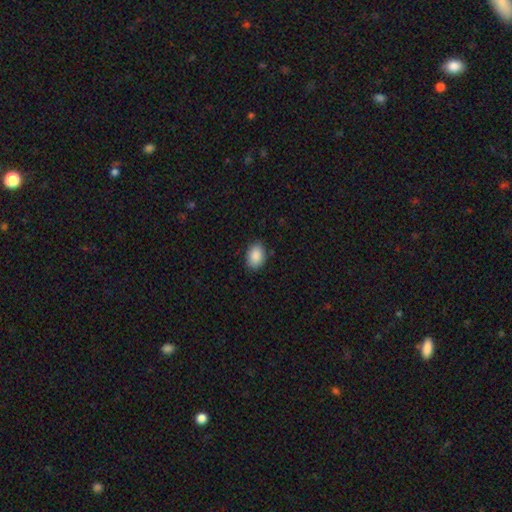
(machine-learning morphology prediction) Smooth or featured?
  - smooth: 89% *
  - star or artifact: 7%
  - featured or disk: 3%
How rounded?
  - in between: 81% *
  - round: 18%
  - cigar-shaped: 1%
Merging?
  - none: 85% *
  - minor disturbance: 12%
  - major disturbance: 2%
  - merger: 1%